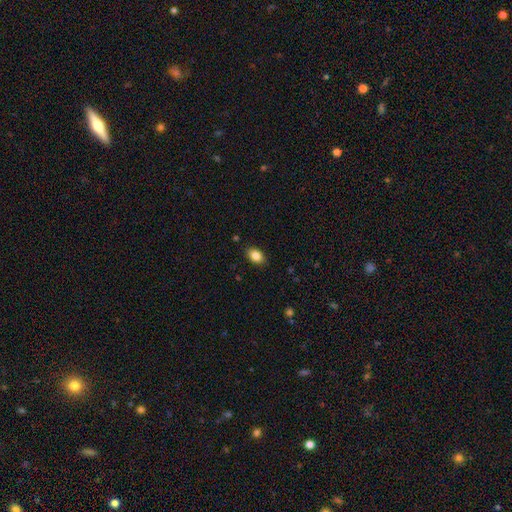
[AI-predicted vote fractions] The model was most divided on "how rounded": in between: 85%, round: 13%, cigar-shaped: 1%. More confident: merging — none (87%); smooth or featured — smooth (87%).